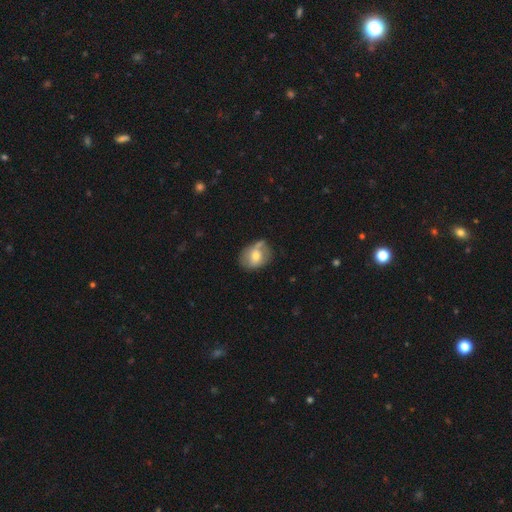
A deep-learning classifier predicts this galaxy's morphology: smooth_or_featured: smooth (p=0.59) [alt: featured or disk p=0.34]
how_rounded: in between (p=0.56) [alt: round p=0.43]
merging: none (p=0.49) [alt: minor disturbance p=0.31]